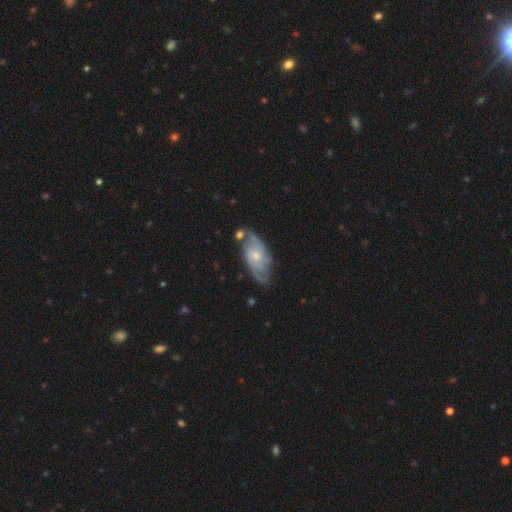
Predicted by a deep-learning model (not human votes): The model was most divided on "spiral winding": medium: 42%, tight: 40%, loose: 19%. Remaining: edge-on disk — no (92%); spiral arms — yes (89%); smooth or featured — featured or disk (76%); bar — no (66%); merging — none (62%); bulge size — small (54%); spiral arm count — 2 (45%).